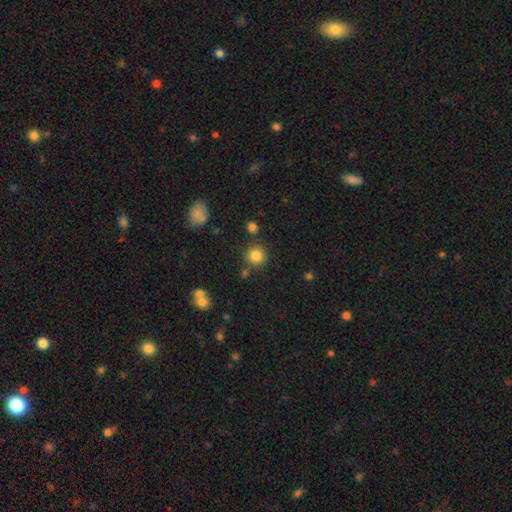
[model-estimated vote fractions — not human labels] smooth 82%, star or artifact 12%, featured or disk 6%. Down the decision tree: how rounded — round (93%); merging — none (82%).